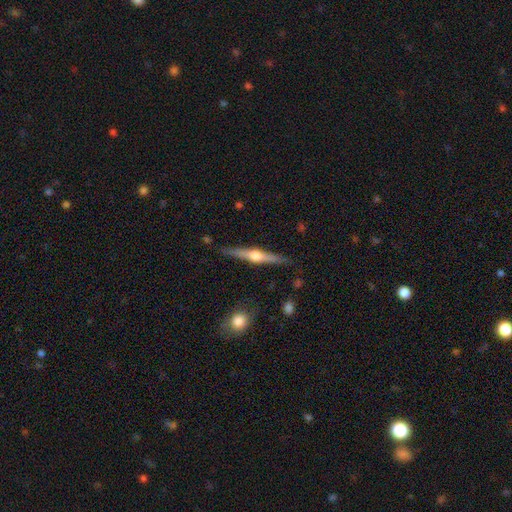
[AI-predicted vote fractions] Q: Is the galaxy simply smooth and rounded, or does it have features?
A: featured or disk — 71%.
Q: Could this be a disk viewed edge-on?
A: yes — 98%.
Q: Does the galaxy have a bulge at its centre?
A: rounded — 92%.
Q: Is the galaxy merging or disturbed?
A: none — 87%.